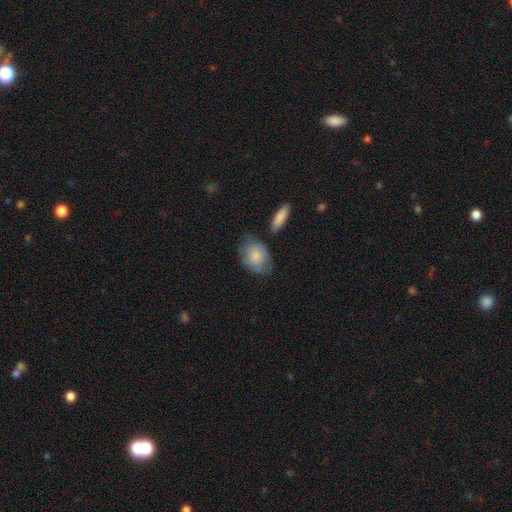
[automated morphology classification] Smooth or featured? smooth (77%)
How rounded? in between (74%)
Merging? none (58%)